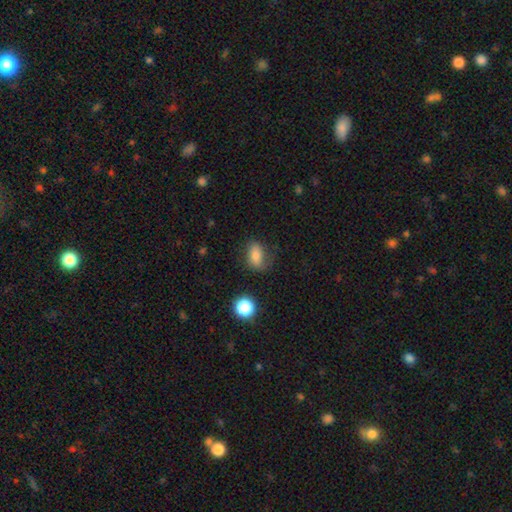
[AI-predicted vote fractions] This is likely a smooth galaxy (76%). How rounded: clearly in between (82%). Merging: likely none (60%).